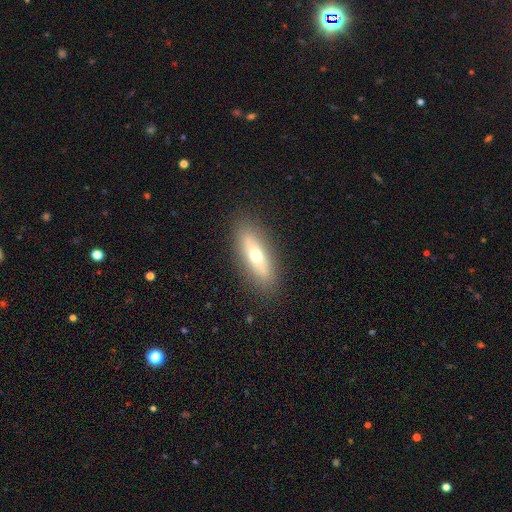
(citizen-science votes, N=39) A smooth galaxy with no disk features (51%) that is cigar-shaped (80%).

Vote fractions:
- Smooth or featured? smooth: 51% / featured or disk: 46% / star or artifact: 3%
- How rounded? cigar-shaped: 80% / in between: 20% / round: 0%
- Merging? none: 89% / minor disturbance: 5% / major disturbance: 3% / merger: 3%